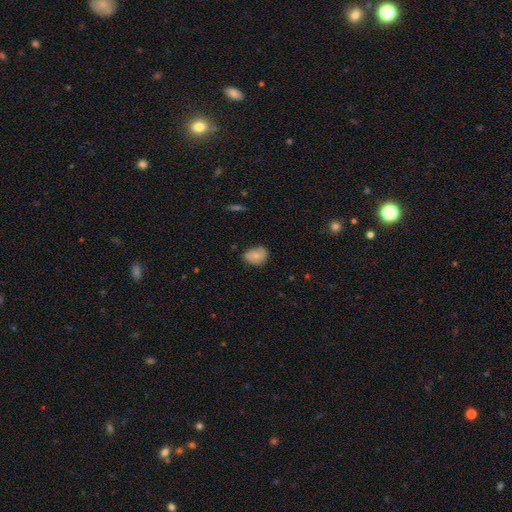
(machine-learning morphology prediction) Smooth or featured? smooth (73%)
How rounded? in between (61%)
Merging? none (66%)